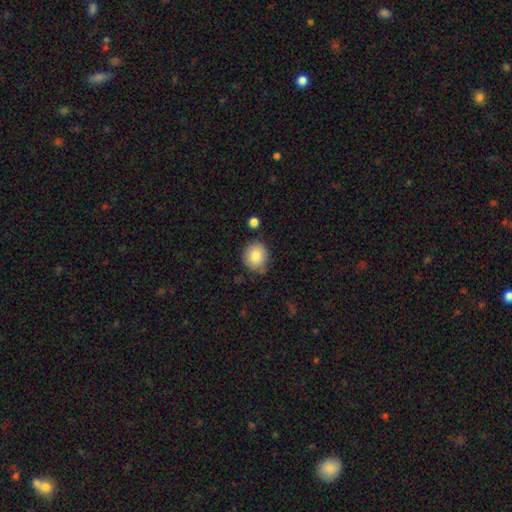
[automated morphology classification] Smooth or featured? Predicted: smooth (p=0.83). How rounded? Predicted: round (p=0.81). Merging? Predicted: none (p=0.76).